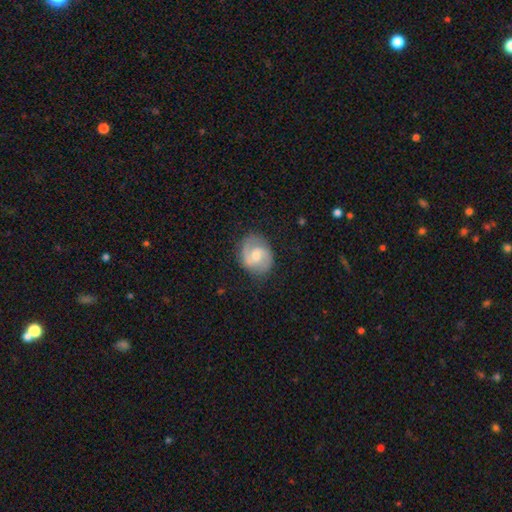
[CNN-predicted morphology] Q: Smooth or featured?
A: featured or disk (79%); runner-up: smooth (16%)
Q: Edge-on disk?
A: no (98%); runner-up: yes (2%)
Q: Bar?
A: weak (51%); runner-up: no (40%)
Q: Spiral arms?
A: yes (95%); runner-up: no (5%)
Q: Spiral winding?
A: medium (54%); runner-up: tight (31%)
Q: Spiral arm count?
A: 2 (90%); runner-up: can't tell (4%)
Q: Bulge size?
A: moderate (55%); runner-up: small (35%)
Q: Merging?
A: none (81%); runner-up: minor disturbance (13%)